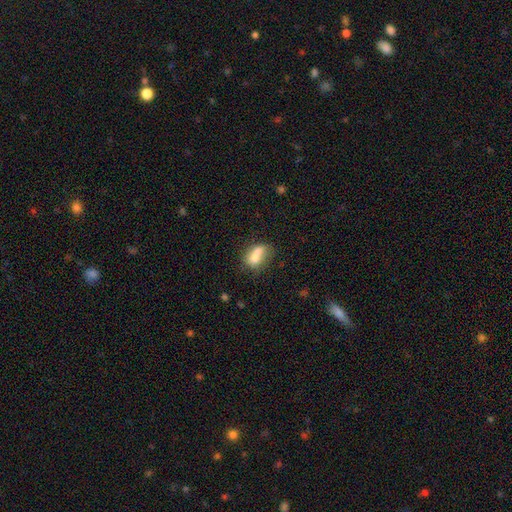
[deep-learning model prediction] Smooth or featured: smooth — 70% (featured or disk — 20%)
How rounded: in between — 76% (round — 20%)
Merging: merger — 39% (none — 29%)